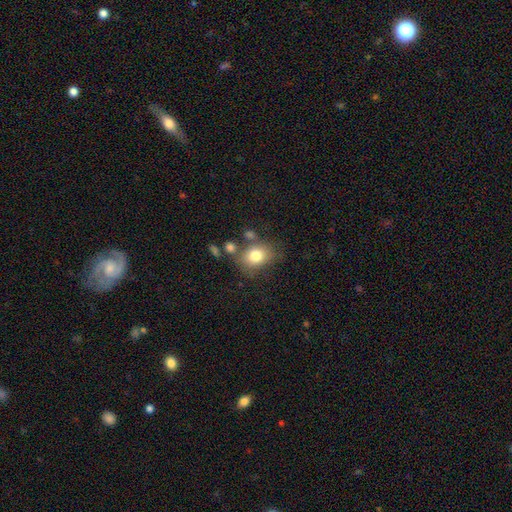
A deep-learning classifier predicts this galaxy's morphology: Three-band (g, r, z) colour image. It shows a smooth galaxy with no disk features (79%) that is in between round and cigar-shaped (52%). Merging: none (64%).